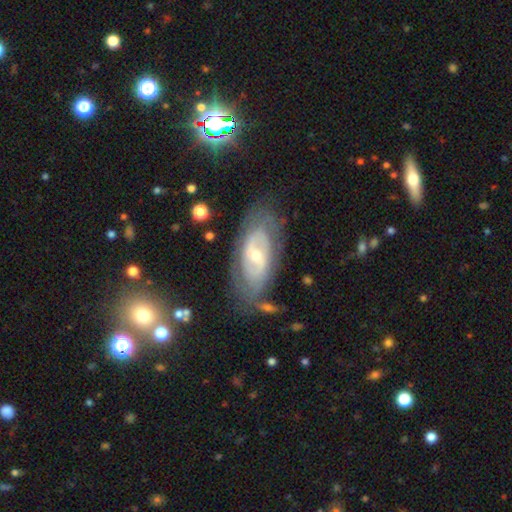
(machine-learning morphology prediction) Q: Smooth or featured?
A: featured or disk (77%); runner-up: smooth (16%)
Q: Edge-on disk?
A: no (92%); runner-up: yes (8%)
Q: Bar?
A: weak (43%); runner-up: no (39%)
Q: Spiral arms?
A: yes (82%); runner-up: no (18%)
Q: Spiral winding?
A: tight (51%); runner-up: medium (35%)
Q: Spiral arm count?
A: 2 (54%); runner-up: can't tell (32%)
Q: Bulge size?
A: small (59%); runner-up: moderate (37%)
Q: Merging?
A: none (72%); runner-up: minor disturbance (18%)